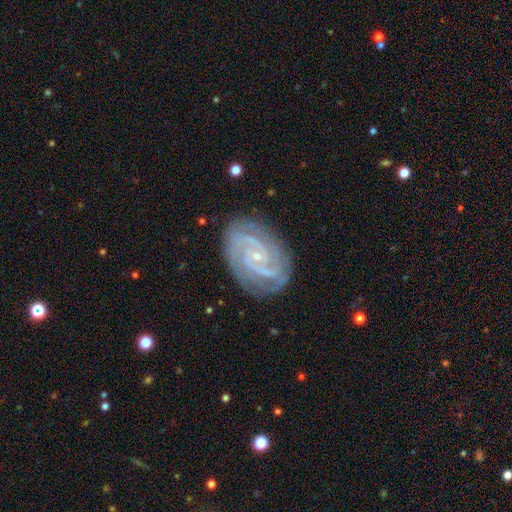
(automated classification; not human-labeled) Smooth or featured? Predicted: featured or disk (p=0.91). Edge-on disk? Predicted: no (p=0.98). Bar? Predicted: no (p=0.57). Spiral arms? Predicted: yes (p=0.98). Spiral winding? Predicted: tight (p=0.65). Spiral arm count? Predicted: 2 (p=0.56). Bulge size? Predicted: small (p=0.86). Merging? Predicted: none (p=0.82).